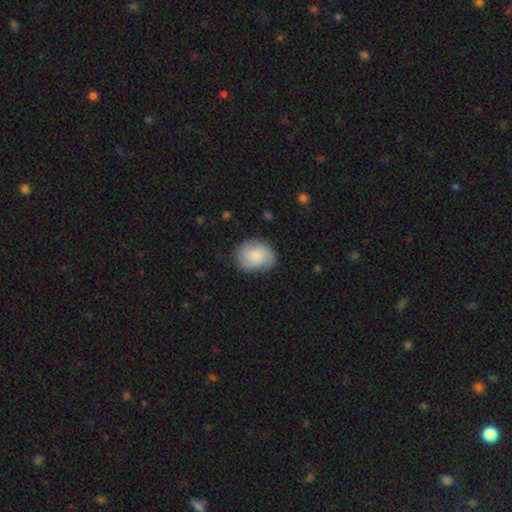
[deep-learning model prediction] smooth_or_featured: smooth (p=0.69) [alt: featured or disk p=0.25]
how_rounded: round (p=0.52) [alt: in between p=0.47]
merging: none (p=0.75) [alt: minor disturbance p=0.19]